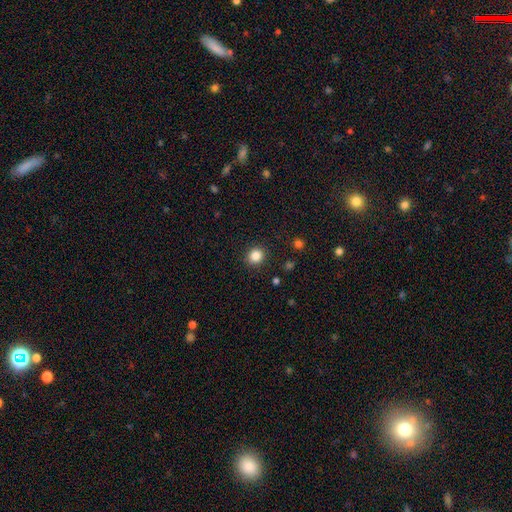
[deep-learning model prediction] This is clearly a smooth galaxy (85%). How rounded: clearly round (81%). Merging: clearly none (90%).